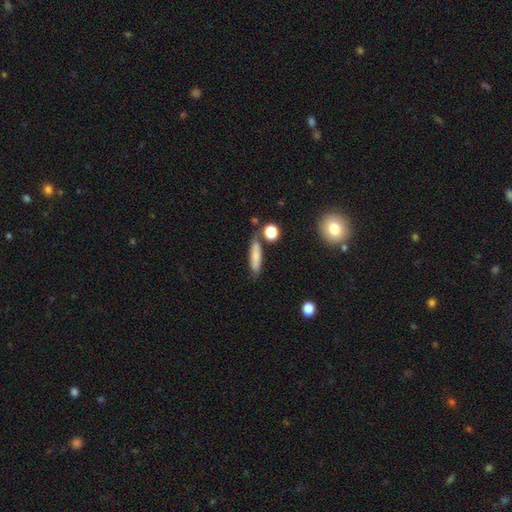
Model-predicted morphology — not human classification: This appears to be a smooth galaxy with no disk features (76%) that is cigar-shaped (68%). Merging: none (69%).